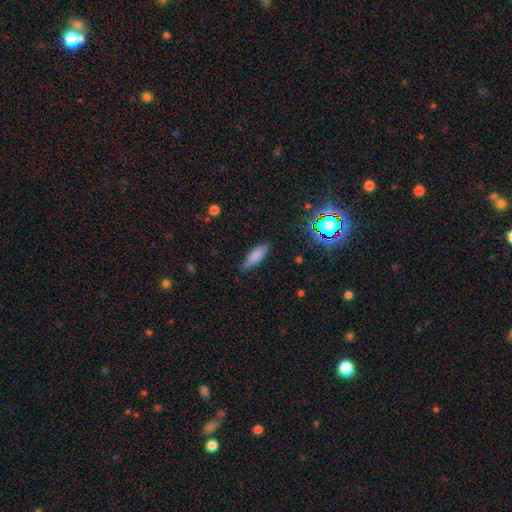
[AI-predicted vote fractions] Q: Smooth or featured?
A: smooth (79%); runner-up: featured or disk (12%)
Q: How rounded?
A: in between (61%); runner-up: cigar-shaped (37%)
Q: Merging?
A: none (79%); runner-up: minor disturbance (16%)